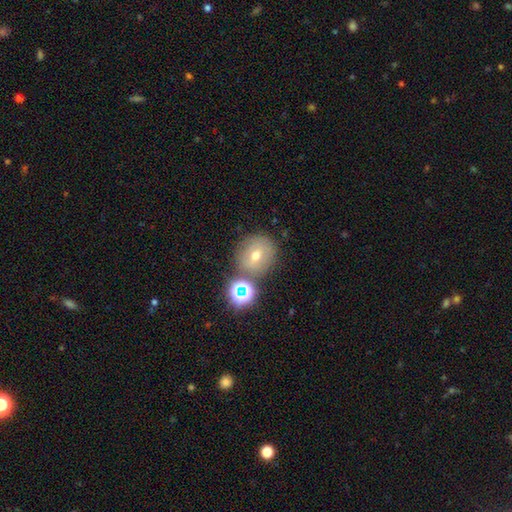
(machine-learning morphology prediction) Smooth or featured?
  - smooth: 51% *
  - star or artifact: 25%
  - featured or disk: 24%
How rounded?
  - round: 85% *
  - in between: 14%
  - cigar-shaped: 1%
Merging?
  - none: 72% *
  - merger: 13%
  - minor disturbance: 11%
  - major disturbance: 4%